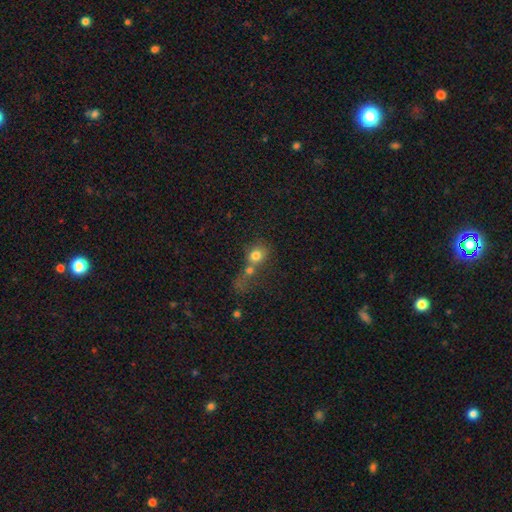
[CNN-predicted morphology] type=smooth (74%); roundness=round (71%); merging=merger (60%).